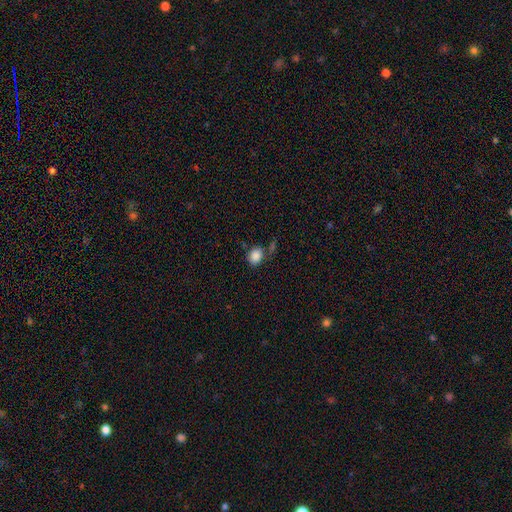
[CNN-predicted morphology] Smooth or featured? Predicted: smooth (p=0.87). How rounded? Predicted: round (p=0.60). Merging? Predicted: none (p=0.64).